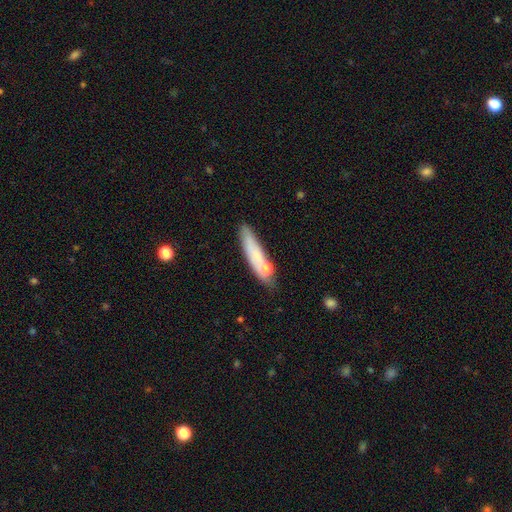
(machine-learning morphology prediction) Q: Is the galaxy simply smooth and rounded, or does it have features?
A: smooth — 68%.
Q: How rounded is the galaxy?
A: cigar-shaped — 80%.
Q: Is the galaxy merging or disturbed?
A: none — 66%.